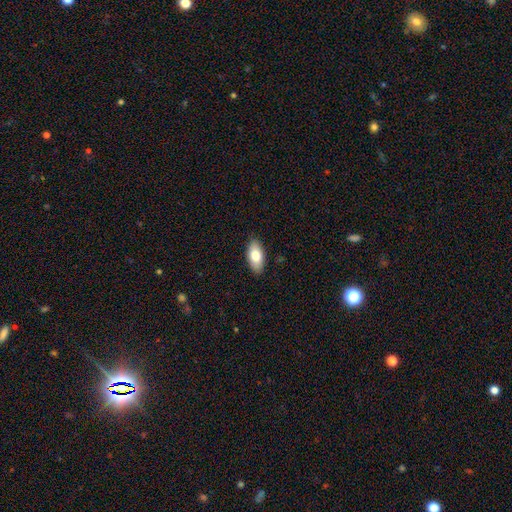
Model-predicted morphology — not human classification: Q: Smooth or featured?
A: smooth (77%); runner-up: featured or disk (16%)
Q: How rounded?
A: in between (91%); runner-up: cigar-shaped (6%)
Q: Merging?
A: none (89%); runner-up: minor disturbance (9%)